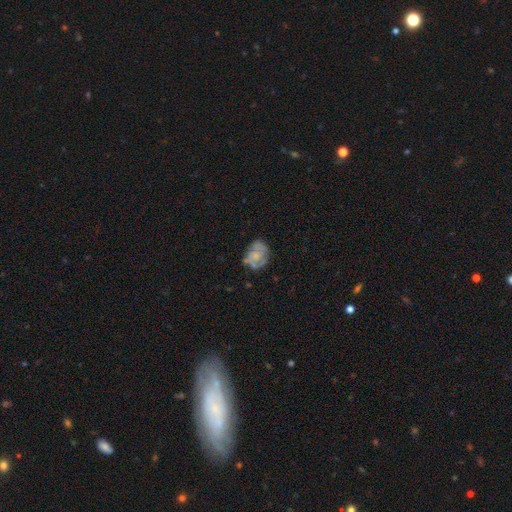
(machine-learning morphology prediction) Smooth or featured? featured or disk (53%)
Edge-on disk? no (98%)
Bar? no (84%)
Spiral arms? yes (50%, tied with no)
Bulge size? small (35%)
Merging? none (56%)